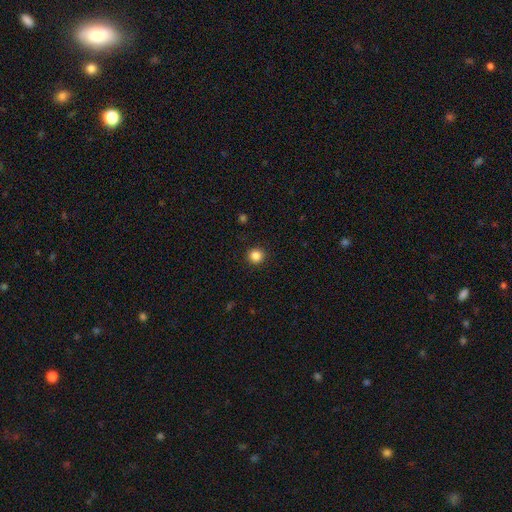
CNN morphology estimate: Smooth or featured: smooth — 85% (star or artifact — 11%)
How rounded: round — 94% (in between — 5%)
Merging: none — 92% (minor disturbance — 5%)